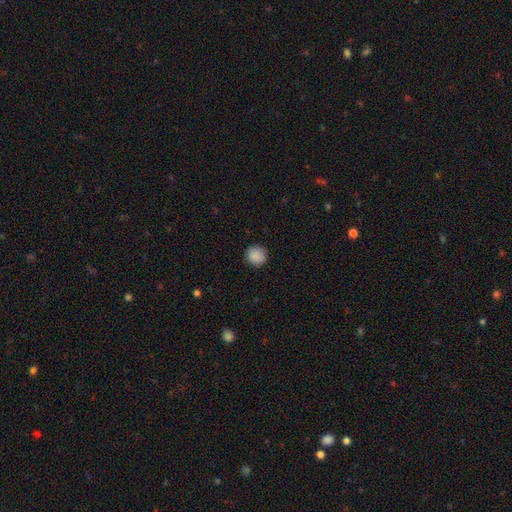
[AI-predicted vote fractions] smooth_or_featured: smooth (p=0.89) [alt: star or artifact p=0.08]
how_rounded: round (p=0.93) [alt: in between p=0.06]
merging: none (p=0.90) [alt: minor disturbance p=0.07]